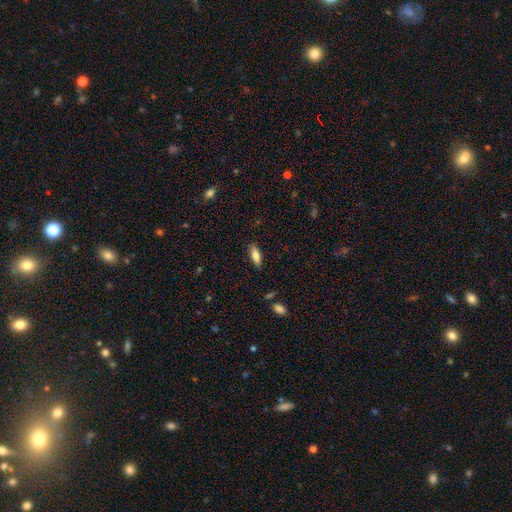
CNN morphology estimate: The model was most divided on "how rounded": in between: 65%, cigar-shaped: 33%, round: 2%. More confident: merging — none (85%); smooth or featured — smooth (77%).